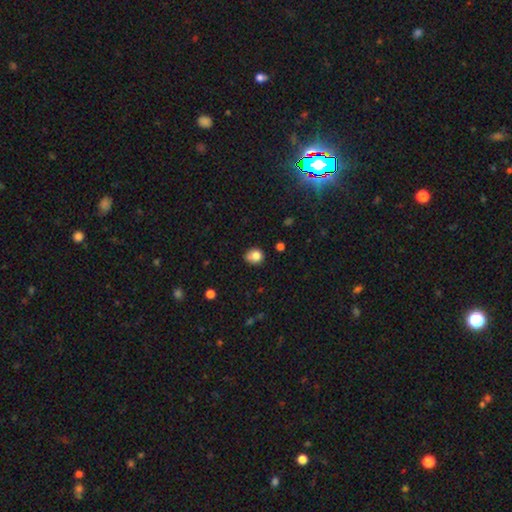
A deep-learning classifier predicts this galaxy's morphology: smooth 81%, star or artifact 11%, featured or disk 9%. Down the decision tree: how rounded — round (66%); merging — none (59%).